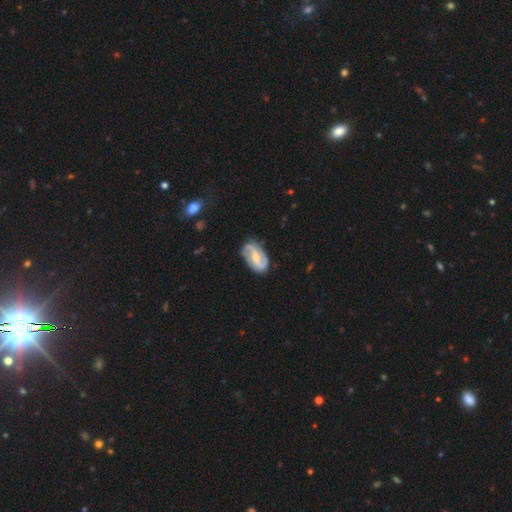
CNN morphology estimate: A featured or disk galaxy (80%) with a weak bar (47%), 2 (87%) medium (43%) spiral arms (94%) and a small central bulge (50%). Merging: none (77%).